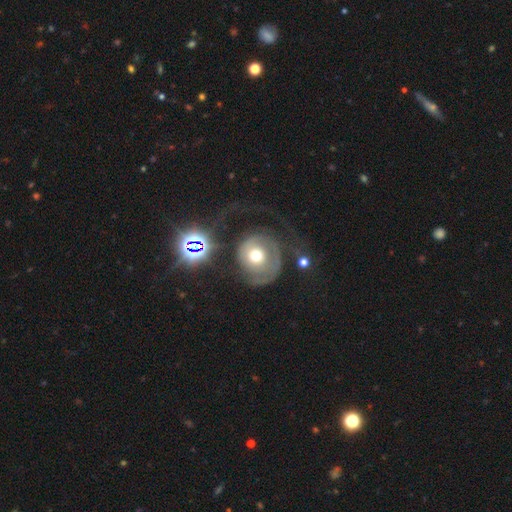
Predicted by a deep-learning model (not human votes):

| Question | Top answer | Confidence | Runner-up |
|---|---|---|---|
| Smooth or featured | featured or disk | 53% | smooth (36%) |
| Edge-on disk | no | 97% | yes (3%) |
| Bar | no | 85% | weak (12%) |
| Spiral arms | yes | 61% | no (39%) |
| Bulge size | moderate | 67% | large (17%) |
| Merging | major disturbance | 44% | none (35%) |